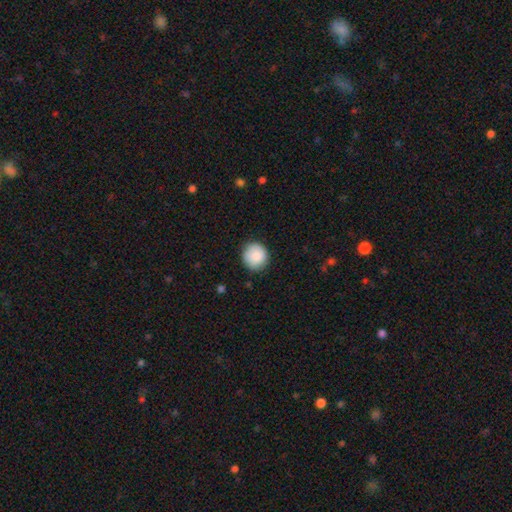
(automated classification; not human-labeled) Smooth or featured? smooth (86%)
How rounded? round (92%)
Merging? none (87%)